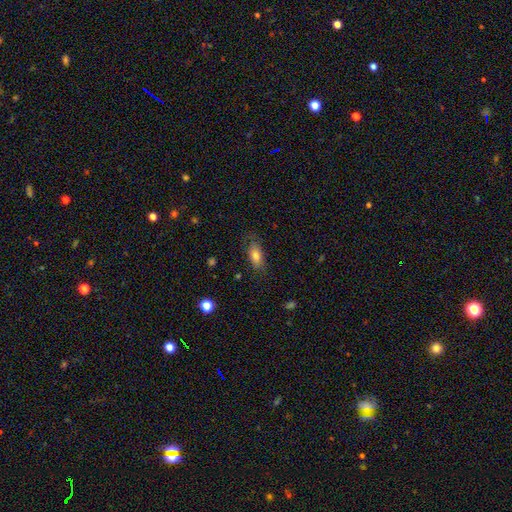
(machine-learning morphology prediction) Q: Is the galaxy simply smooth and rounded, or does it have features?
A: smooth — 76%.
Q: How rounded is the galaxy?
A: in between — 86%.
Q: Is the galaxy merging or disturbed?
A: none — 74%.